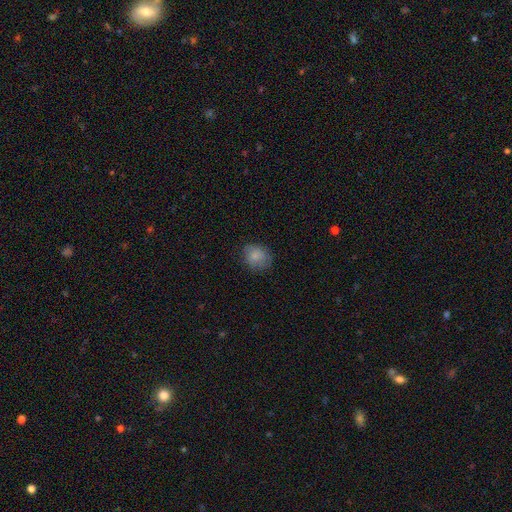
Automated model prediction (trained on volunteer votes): A smooth galaxy with no disk features (84%) that is round (59%). Merging: none (76%).